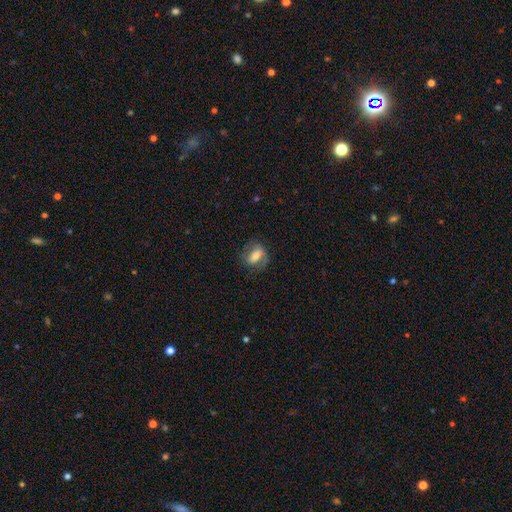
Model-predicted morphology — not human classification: Smooth or featured? Predicted: smooth (p=0.51). How rounded? Predicted: in between (p=0.70). Merging? Predicted: none (p=0.68).